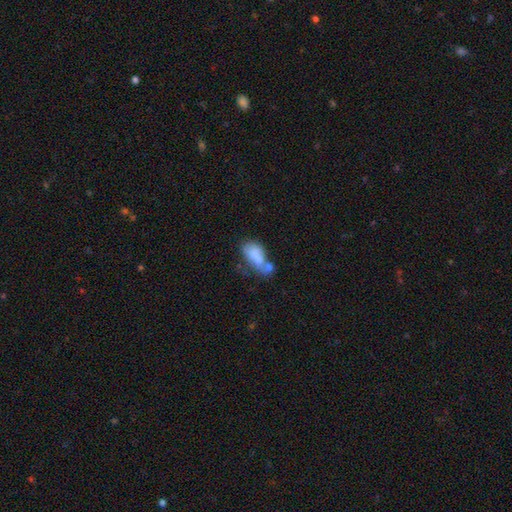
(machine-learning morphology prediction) type=smooth (67%); roundness=in between (89%); merging=merger (50%).